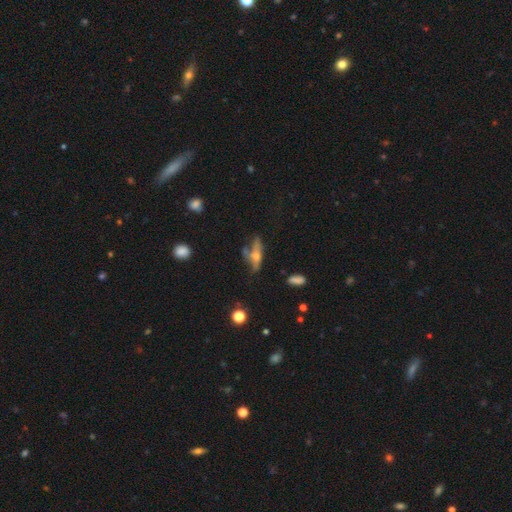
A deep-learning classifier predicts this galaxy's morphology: smooth_or_featured: featured or disk (p=0.50) [alt: smooth p=0.38]
disk_edge_on: yes (p=0.59) [alt: no p=0.41]
merging: none (p=0.43) [alt: minor disturbance p=0.23]